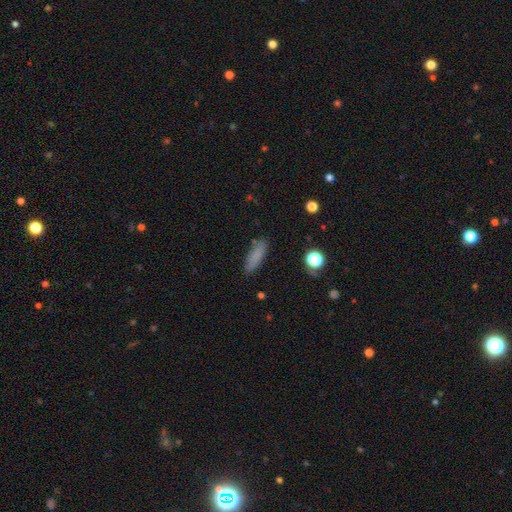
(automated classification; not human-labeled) The model was most divided on "how rounded": cigar-shaped: 57%, in between: 40%, round: 2%. More confident: merging — none (83%); smooth or featured — smooth (81%).